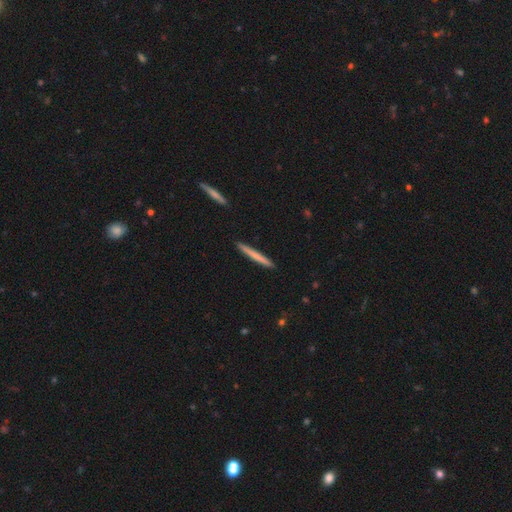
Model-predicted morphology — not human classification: smooth_or_featured: smooth (p=0.67) [alt: featured or disk p=0.28]
how_rounded: cigar-shaped (p=0.97) [alt: in between p=0.02]
merging: none (p=0.92) [alt: minor disturbance p=0.06]